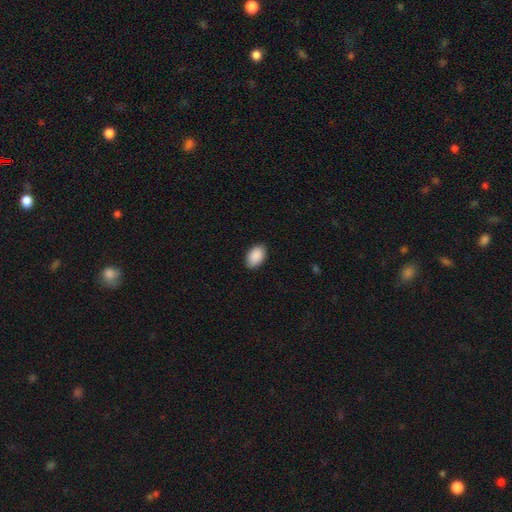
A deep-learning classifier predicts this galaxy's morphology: Overall: smooth (91%). How rounded: in between (92%). Merging: none (89%).